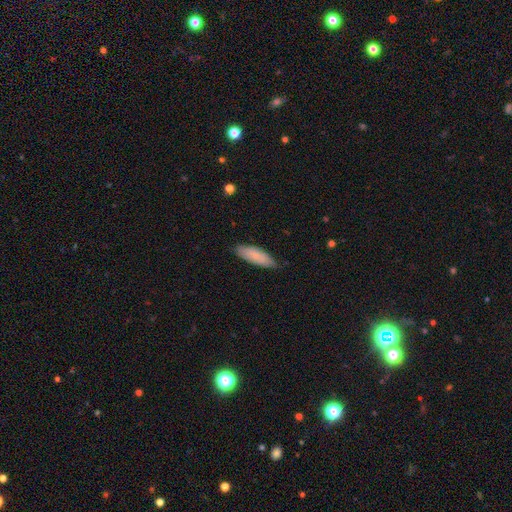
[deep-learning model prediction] The model was most divided on "how rounded": in between: 57%, cigar-shaped: 41%, round: 2%. More confident: merging — none (80%); smooth or featured — smooth (77%).